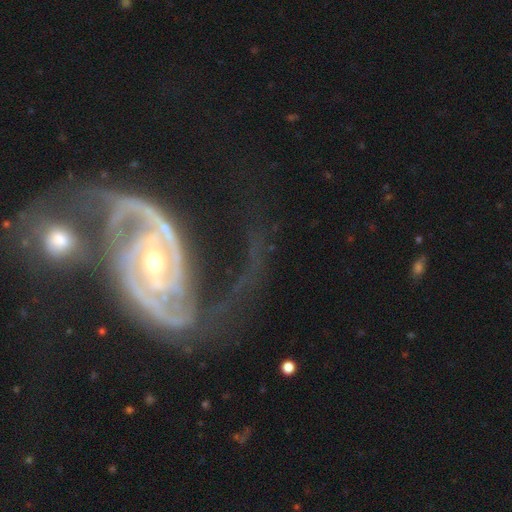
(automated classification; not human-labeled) This is clearly a featured or disk galaxy (91%). It is clearly not viewed edge-on (96%). Bar: marginally weak (37%). Spiral arm pattern: clearly yes (97%). Spiral arm count: likely 2 (64%). Spiral winding: marginally tight (44%). Central bulge: possibly moderate (48%). Merging: possibly none (47%).